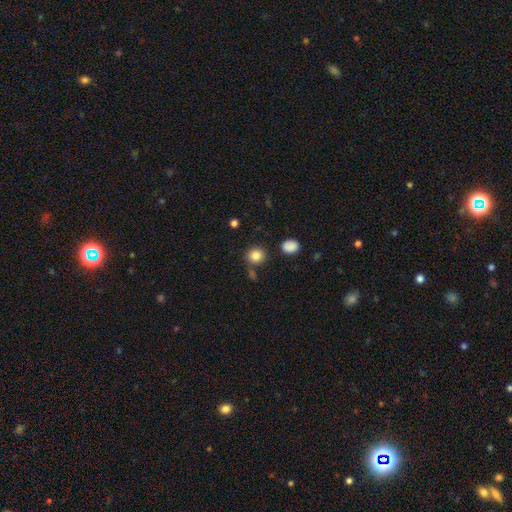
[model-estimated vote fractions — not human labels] smooth_or_featured: smooth (p=0.85) [alt: star or artifact p=0.11]
how_rounded: round (p=0.88) [alt: in between p=0.11]
merging: none (p=0.78) [alt: minor disturbance p=0.09]